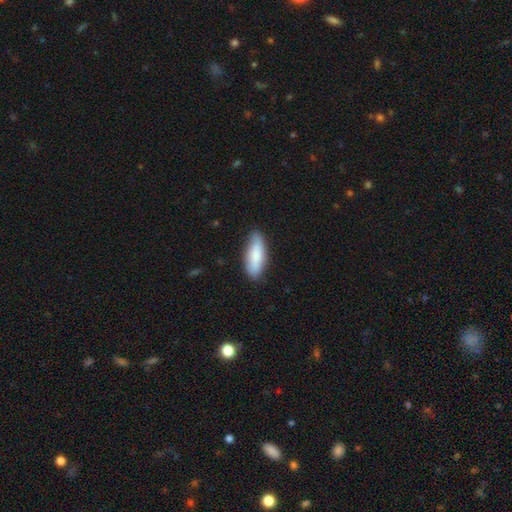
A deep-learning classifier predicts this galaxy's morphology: smooth-or-featured: smooth: 82% | featured or disk: 12% | star or artifact: 5%
  how-rounded: in between: 66% | cigar-shaped: 33% | round: 2%
  merging: none: 81% | minor disturbance: 15% | major disturbance: 2% | merger: 1%